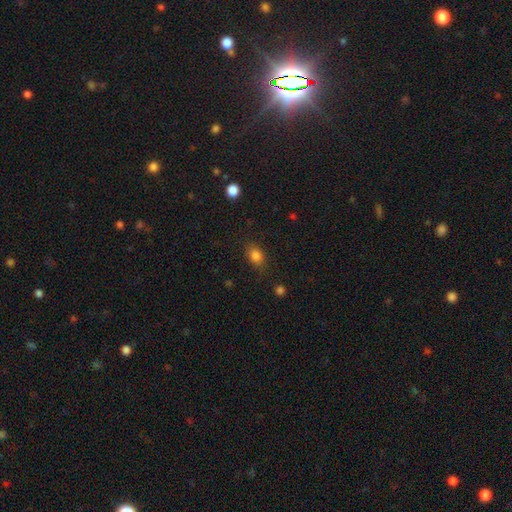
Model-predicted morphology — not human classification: Smooth or featured? smooth (83%)
How rounded? in between (65%)
Merging? none (82%)